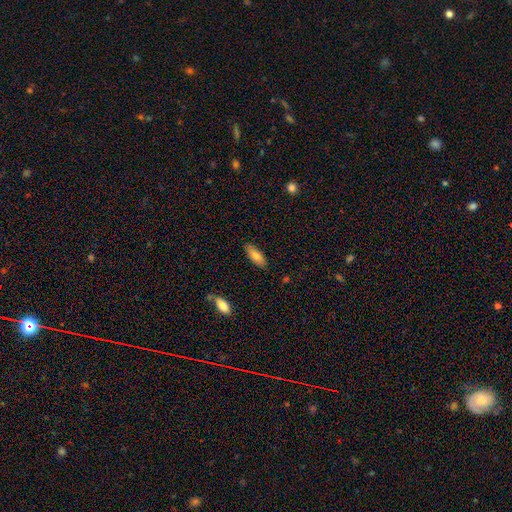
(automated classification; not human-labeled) A smooth galaxy with no disk features (77%) that is in between round and cigar-shaped (75%).

Vote fractions:
- Smooth or featured? smooth: 77% / featured or disk: 16% / star or artifact: 6%
- How rounded? in between: 75% / cigar-shaped: 23% / round: 2%
- Merging? none: 86% / minor disturbance: 11% / major disturbance: 2% / merger: 2%